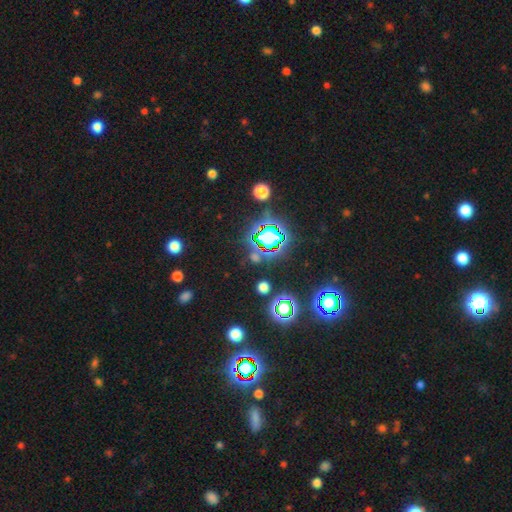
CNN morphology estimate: type=star or artifact (74%).